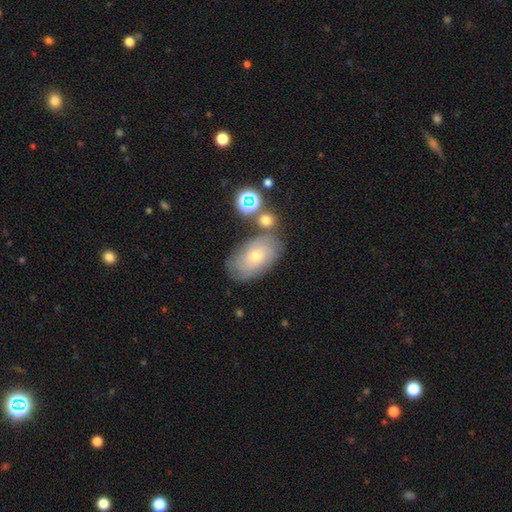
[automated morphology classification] A featured or disk galaxy (45%). Merging: none (67%).